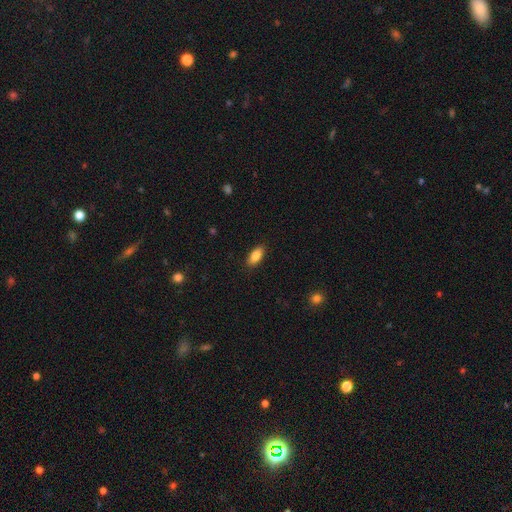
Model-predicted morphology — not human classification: The model was most divided on "how rounded": in between: 86%, cigar-shaped: 12%, round: 3%. More confident: merging — none (88%); smooth or featured — smooth (85%).